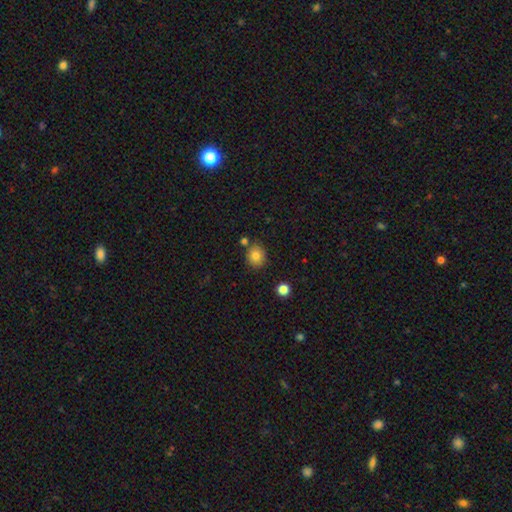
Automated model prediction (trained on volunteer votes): Morphology: type=smooth (81%); roundness=round (81%); merging=none (78%).